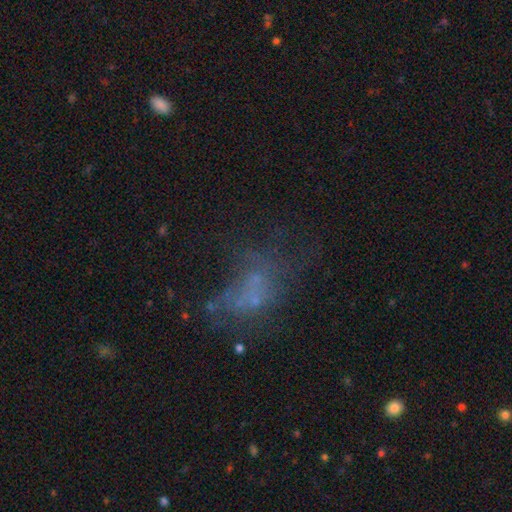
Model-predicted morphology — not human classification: Smooth or featured? Predicted: smooth (p=0.35). Merging? Predicted: none (p=0.38).